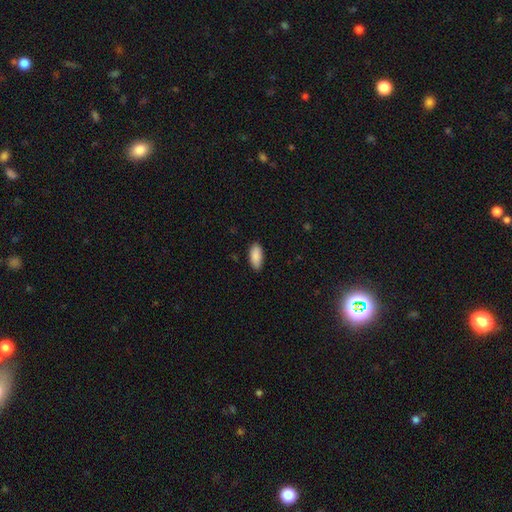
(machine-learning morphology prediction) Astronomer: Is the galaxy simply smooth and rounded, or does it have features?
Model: smooth — 90%.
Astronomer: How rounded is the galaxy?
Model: in between — 89%.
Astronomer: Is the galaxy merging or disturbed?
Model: none — 87%.